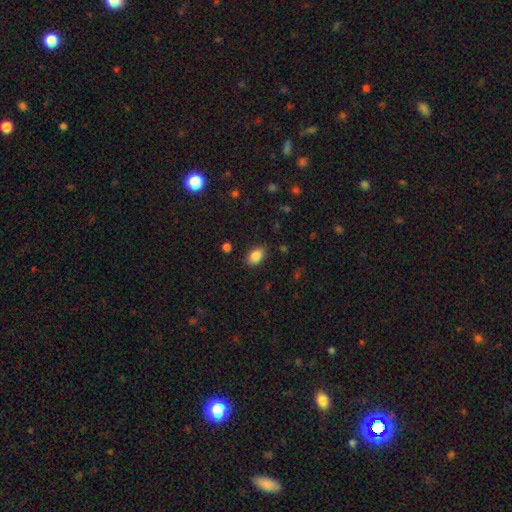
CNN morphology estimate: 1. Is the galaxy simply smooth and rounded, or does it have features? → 86% smooth, 9% star or artifact, 5% featured or disk.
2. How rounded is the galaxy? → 84% in between, 14% round, 1% cigar-shaped.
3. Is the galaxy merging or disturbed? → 86% none, 10% minor disturbance, 3% major disturbance, 1% merger.